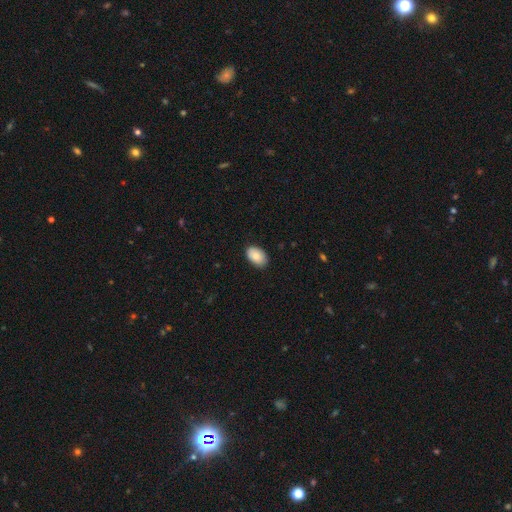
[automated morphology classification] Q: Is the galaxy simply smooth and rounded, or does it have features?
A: smooth — 86%.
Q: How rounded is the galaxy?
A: in between — 90%.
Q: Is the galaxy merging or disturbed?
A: none — 86%.